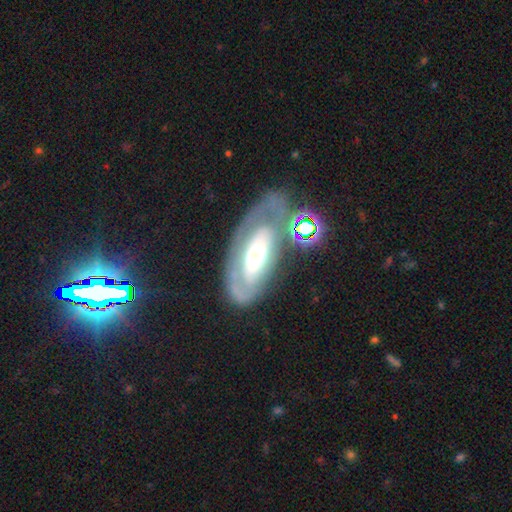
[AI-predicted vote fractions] Smooth or featured: featured or disk — 68% (smooth — 25%)
Edge-on disk: no — 88% (yes — 12%)
Bar: no — 67% (weak — 19%)
Spiral arms: yes — 50% (tied with no — 50%)
Bulge size: moderate — 58% (large — 22%)
Merging: none — 56% (minor disturbance — 19%)